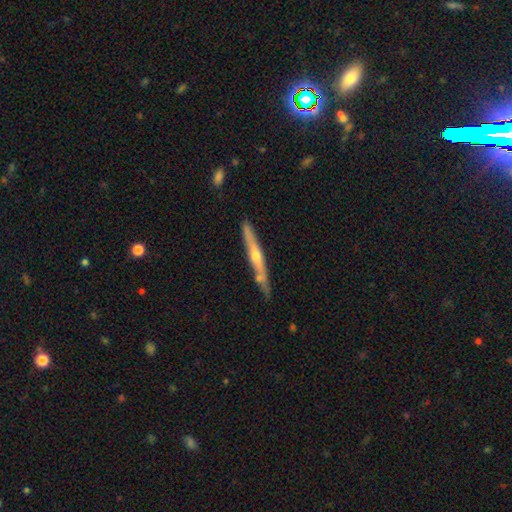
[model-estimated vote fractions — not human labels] Overall: featured or disk (68%). Edge-on disk: yes (95%). Edge-on bulge: rounded (74%). Merging: none (81%).